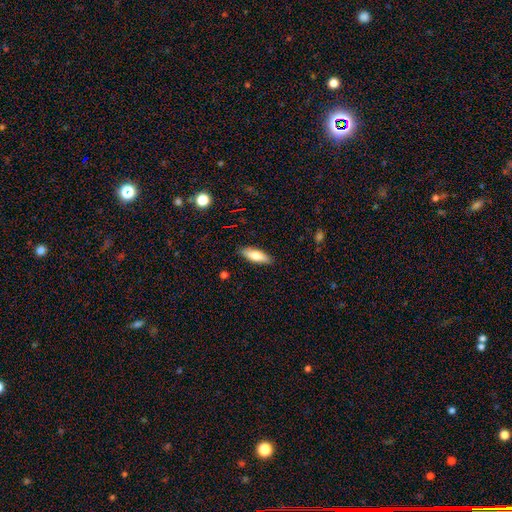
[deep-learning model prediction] Smooth or featured: smooth — 80% (featured or disk — 14%)
How rounded: in between — 60% (cigar-shaped — 38%)
Merging: none — 87% (minor disturbance — 10%)